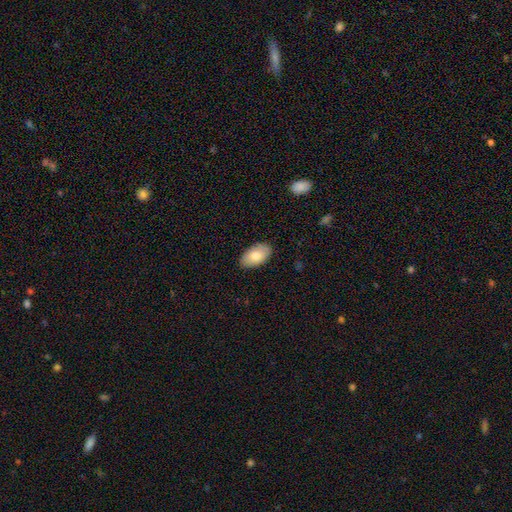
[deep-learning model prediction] Smooth or featured?
  - smooth: 79% *
  - featured or disk: 15%
  - star or artifact: 6%
How rounded?
  - in between: 95% *
  - round: 4%
  - cigar-shaped: 1%
Merging?
  - none: 86% *
  - minor disturbance: 11%
  - major disturbance: 2%
  - merger: 1%